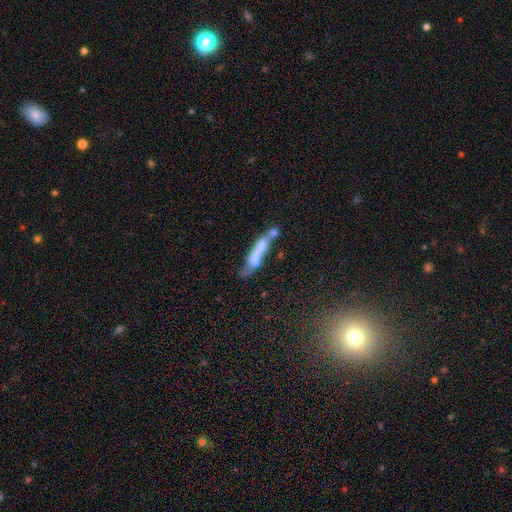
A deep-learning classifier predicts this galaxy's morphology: smooth_or_featured: smooth (p=0.53) [alt: featured or disk p=0.38]
how_rounded: cigar-shaped (p=0.76) [alt: in between p=0.21]
merging: merger (p=0.42) [alt: none p=0.24]